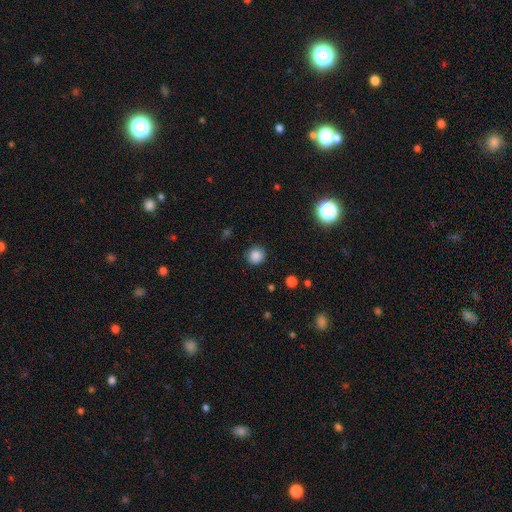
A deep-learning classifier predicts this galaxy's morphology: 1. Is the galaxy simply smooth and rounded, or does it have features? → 85% smooth, 12% star or artifact, 3% featured or disk.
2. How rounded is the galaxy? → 91% round, 8% in between, 1% cigar-shaped.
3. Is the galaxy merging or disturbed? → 89% none, 8% minor disturbance, 3% major disturbance, 1% merger.